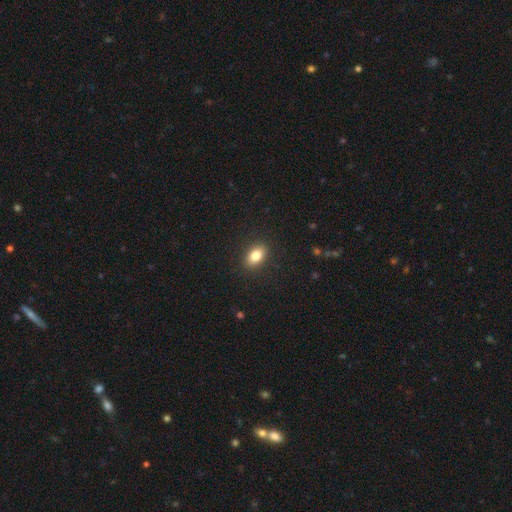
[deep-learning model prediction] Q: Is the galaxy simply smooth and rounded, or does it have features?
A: smooth — 83%.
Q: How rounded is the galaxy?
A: in between — 85%.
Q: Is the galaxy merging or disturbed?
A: none — 89%.